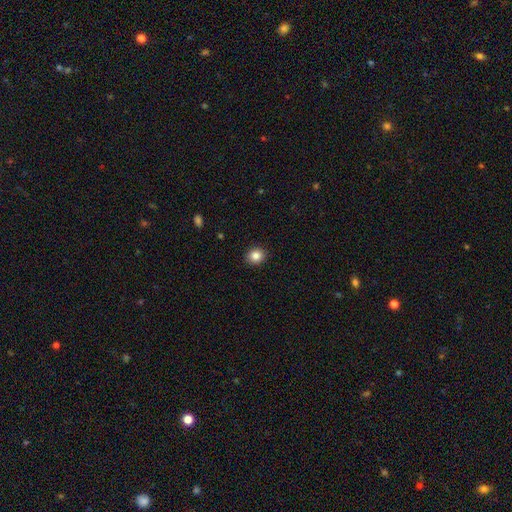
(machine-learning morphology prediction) smooth 85%, star or artifact 10%, featured or disk 5%. Down the decision tree: how rounded — round (73%); merging — none (91%).